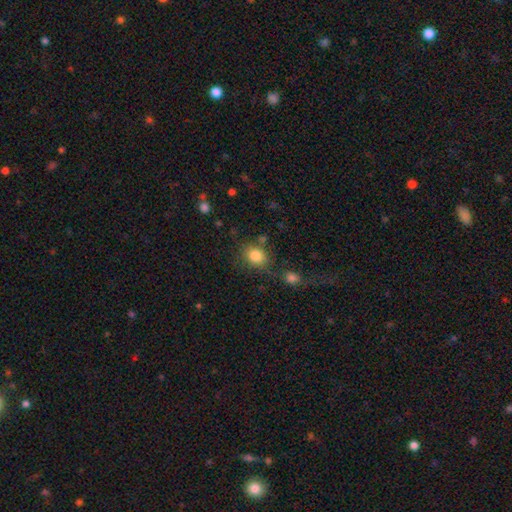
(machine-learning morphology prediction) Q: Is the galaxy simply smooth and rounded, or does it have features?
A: smooth — 84%.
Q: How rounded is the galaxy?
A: round — 65%.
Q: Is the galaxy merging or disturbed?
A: none — 70%.